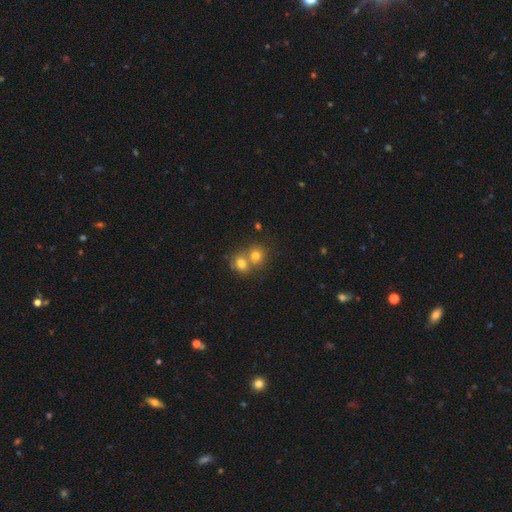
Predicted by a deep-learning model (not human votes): smooth_or_featured: smooth (p=0.74) [alt: star or artifact p=0.13]
how_rounded: round (p=0.77) [alt: in between p=0.22]
merging: merger (p=0.57) [alt: none p=0.35]